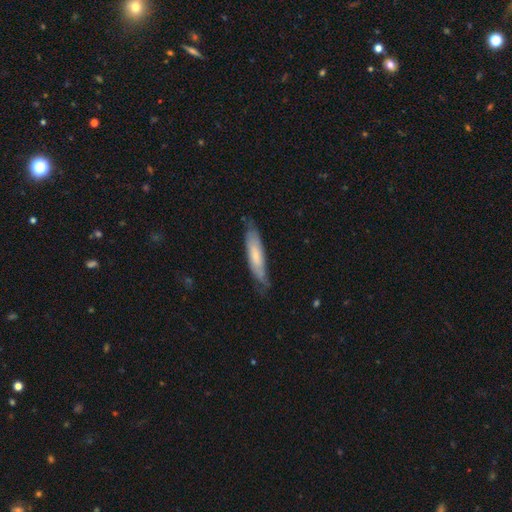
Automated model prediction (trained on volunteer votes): Smooth or featured?
  - smooth: 57% *
  - featured or disk: 37%
  - star or artifact: 6%
How rounded?
  - cigar-shaped: 81% *
  - in between: 18%
  - round: 1%
Merging?
  - none: 70% *
  - minor disturbance: 23%
  - major disturbance: 5%
  - merger: 1%